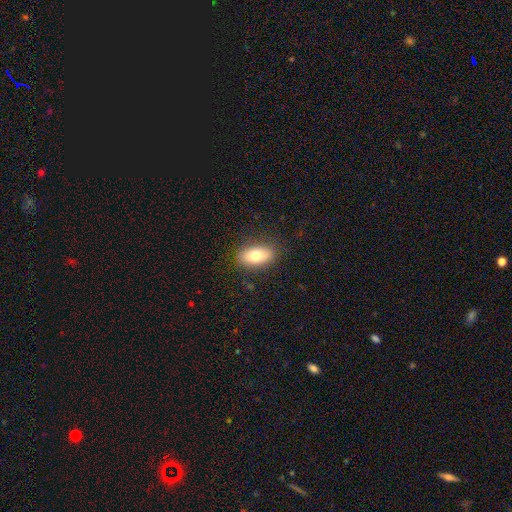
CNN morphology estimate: A smooth galaxy with no disk features (75%) that is in between round and cigar-shaped (89%).

Vote fractions:
- Smooth or featured? smooth: 75% / featured or disk: 18% / star or artifact: 8%
- How rounded? in between: 89% / round: 7% / cigar-shaped: 4%
- Merging? none: 85% / minor disturbance: 11% / major disturbance: 3% / merger: 1%